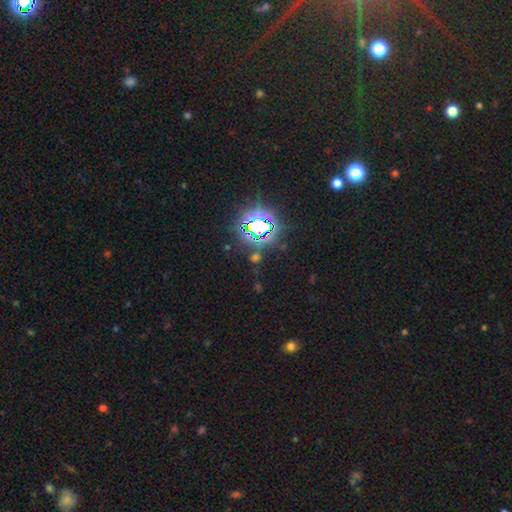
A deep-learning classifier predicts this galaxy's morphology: A star or artifact, not a galaxy (79%).

Vote fractions:
- Smooth or featured? star or artifact: 79% / smooth: 13% / featured or disk: 8%